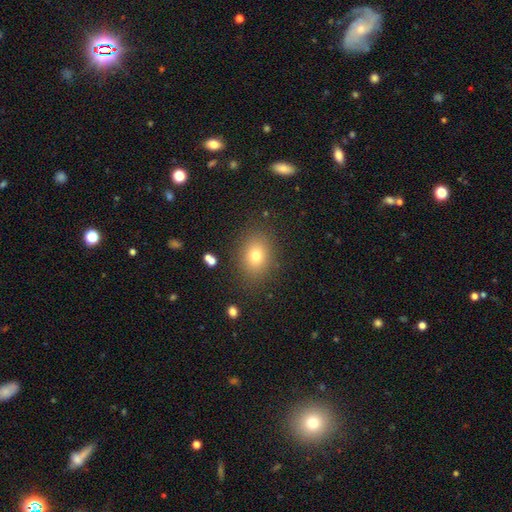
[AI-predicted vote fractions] Q: Smooth or featured?
A: smooth (76%); runner-up: star or artifact (13%)
Q: How rounded?
A: in between (56%); runner-up: round (43%)
Q: Merging?
A: none (84%); runner-up: minor disturbance (10%)